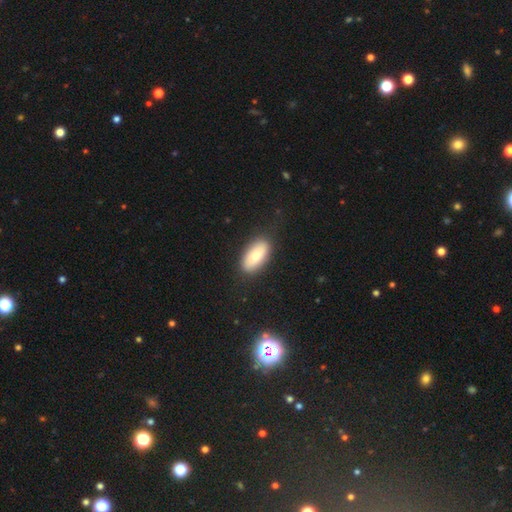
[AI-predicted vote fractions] Smooth or featured? smooth (77%)
How rounded? in between (90%)
Merging? none (84%)